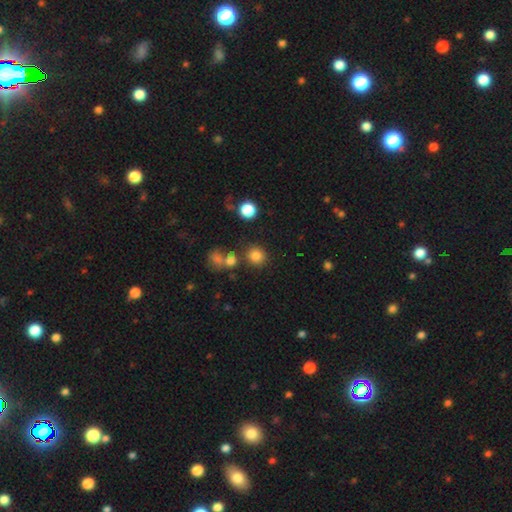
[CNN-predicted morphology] Smooth or featured? Predicted: smooth (p=0.81). How rounded? Predicted: round (p=0.87). Merging? Predicted: none (p=0.78).